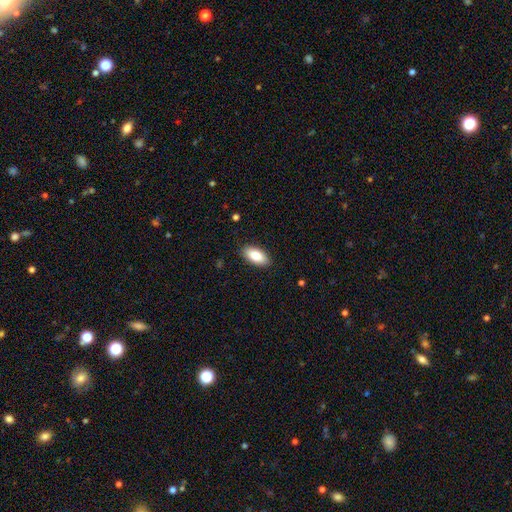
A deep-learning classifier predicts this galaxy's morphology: Smooth or featured: smooth — 86% (featured or disk — 8%)
How rounded: in between — 92% (cigar-shaped — 6%)
Merging: none — 88% (minor disturbance — 9%)